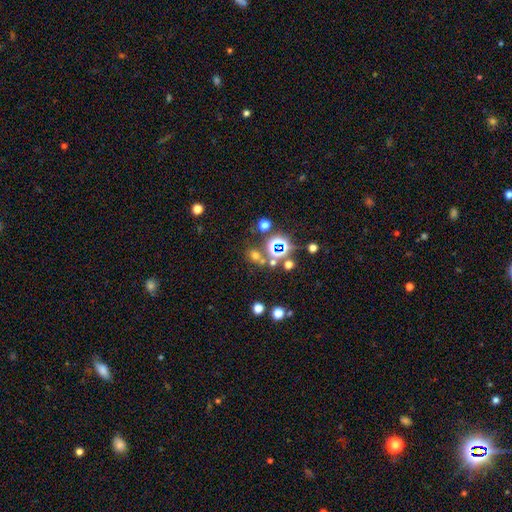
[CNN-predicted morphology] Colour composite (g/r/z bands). It shows a smooth galaxy with no disk features (48%). Merging: none (69%).